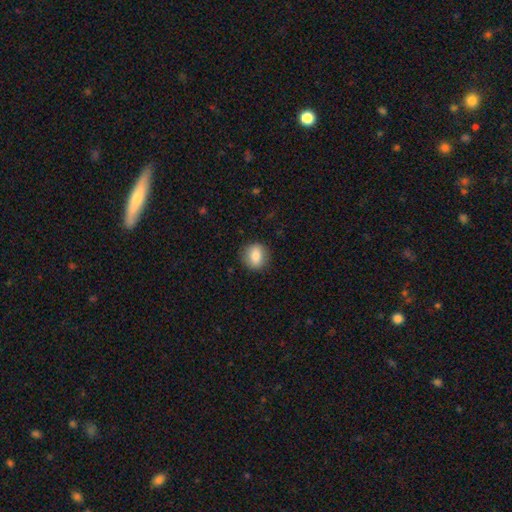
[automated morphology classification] A smooth galaxy with no disk features (79%) that is round (74%).

Vote fractions:
- Smooth or featured? smooth: 79% / featured or disk: 13% / star or artifact: 8%
- How rounded? round: 74% / in between: 25% / cigar-shaped: 1%
- Merging? none: 88% / minor disturbance: 9% / major disturbance: 3% / merger: 1%